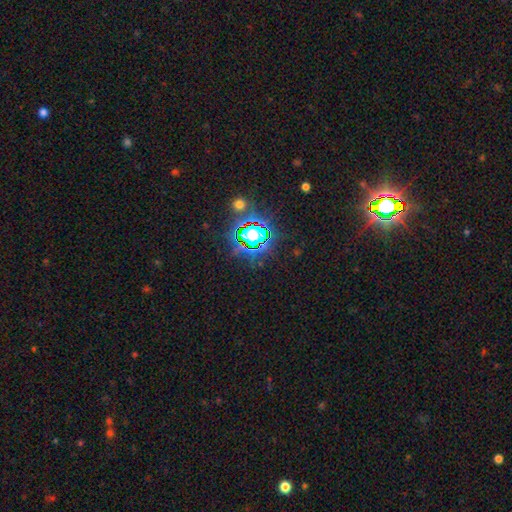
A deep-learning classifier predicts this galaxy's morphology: Q: Smooth or featured?
A: star or artifact (82%); runner-up: smooth (11%)